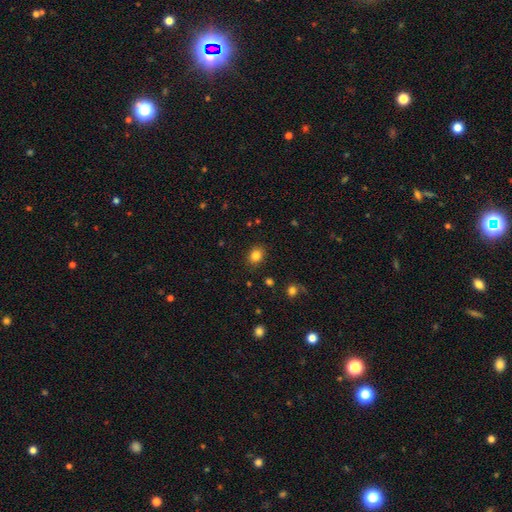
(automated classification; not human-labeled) Smooth or featured? smooth (83%)
How rounded? round (51%)
Merging? none (87%)